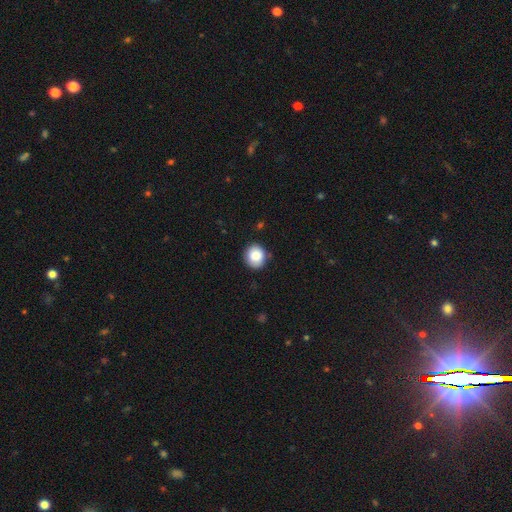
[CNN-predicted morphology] Smooth or featured? smooth (86%)
How rounded? round (79%)
Merging? none (84%)